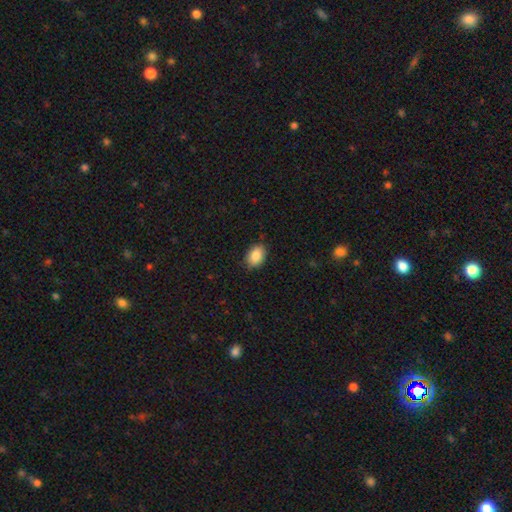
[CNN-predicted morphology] Q: Smooth or featured?
A: smooth (87%); runner-up: star or artifact (7%)
Q: How rounded?
A: in between (83%); runner-up: round (16%)
Q: Merging?
A: none (86%); runner-up: minor disturbance (11%)